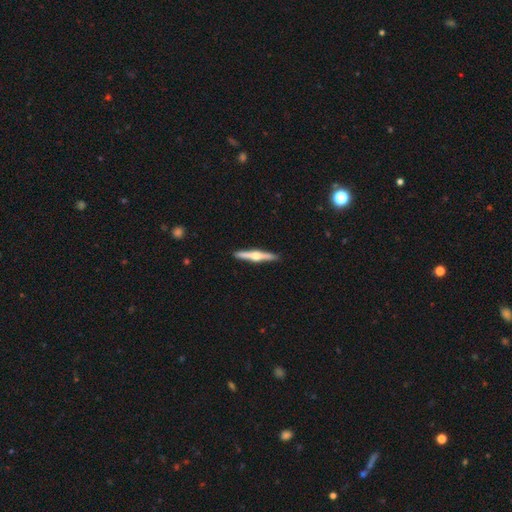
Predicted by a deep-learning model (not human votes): smooth_or_featured: featured or disk (p=0.72) [alt: smooth p=0.23]
disk_edge_on: yes (p=0.98) [alt: no p=0.02]
edge_on_bulge: rounded (p=0.95) [alt: boxy p=0.03]
merging: none (p=0.91) [alt: minor disturbance p=0.06]